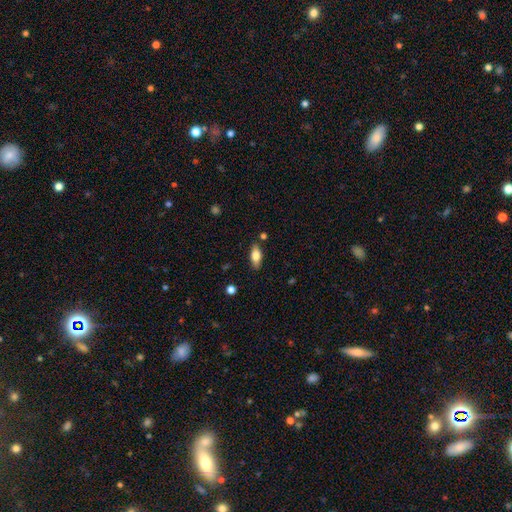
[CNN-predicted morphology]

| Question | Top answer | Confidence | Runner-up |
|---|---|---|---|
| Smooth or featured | smooth | 75% | featured or disk (18%) |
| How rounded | in between | 83% | cigar-shaped (14%) |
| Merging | none | 83% | minor disturbance (12%) |